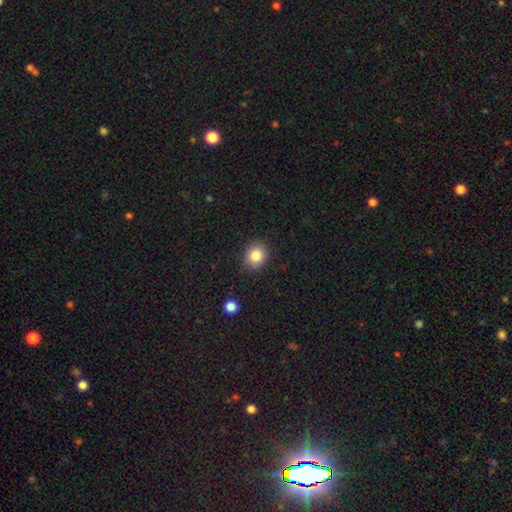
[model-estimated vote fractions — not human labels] smooth 84%, star or artifact 10%, featured or disk 6%. Down the decision tree: how rounded — round (65%); merging — none (87%).